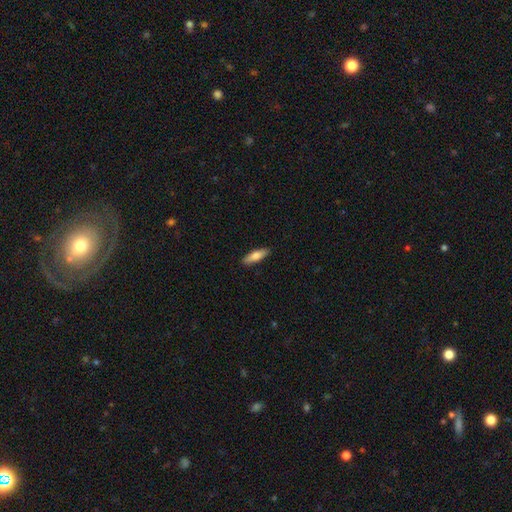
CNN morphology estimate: type=smooth (73%); roundness=cigar-shaped (59%); merging=none (90%).